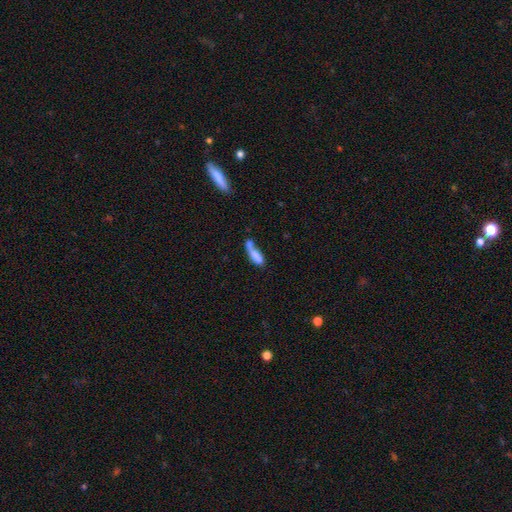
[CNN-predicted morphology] Q: Smooth or featured?
A: smooth (73%); runner-up: featured or disk (18%)
Q: How rounded?
A: in between (54%); runner-up: cigar-shaped (43%)
Q: Merging?
A: merger (45%); runner-up: none (25%)